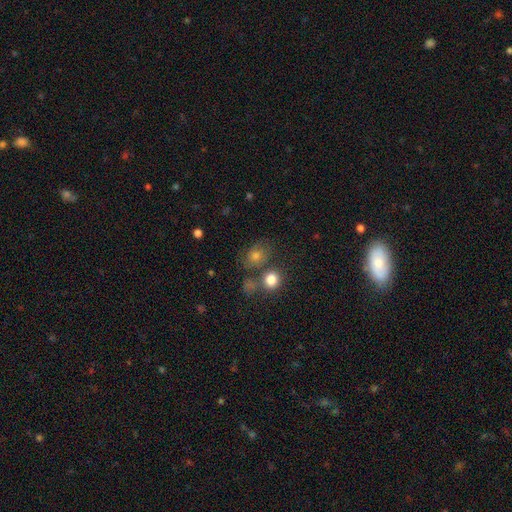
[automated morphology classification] Smooth or featured? smooth (72%)
How rounded? round (58%)
Merging? none (57%)